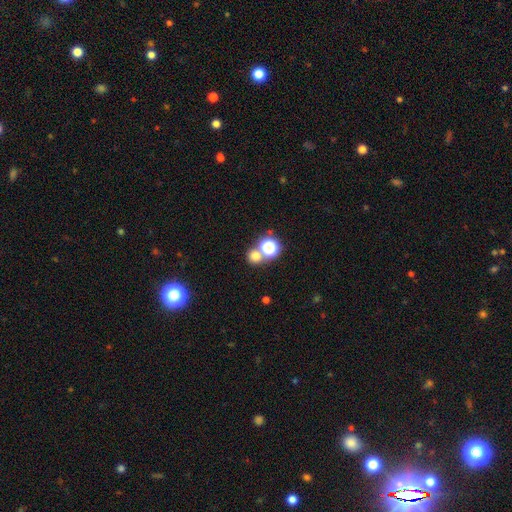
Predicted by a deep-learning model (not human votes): Smooth or featured? Predicted: smooth (p=0.69). How rounded? Predicted: round (p=0.86). Merging? Predicted: none (p=0.56).